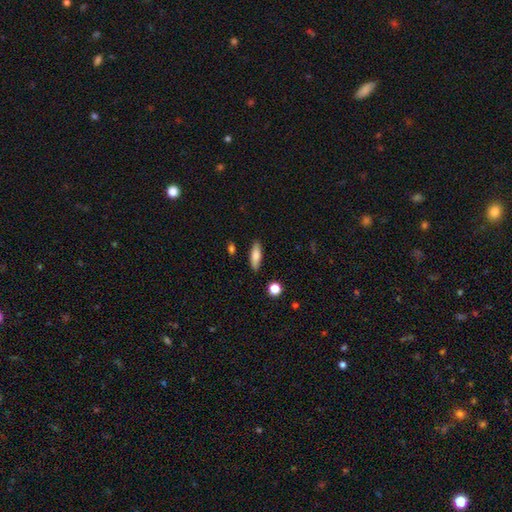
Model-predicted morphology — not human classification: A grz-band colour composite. It shows a smooth galaxy with no disk features (80%) that is in between round and cigar-shaped (56%). Merging: none (86%).